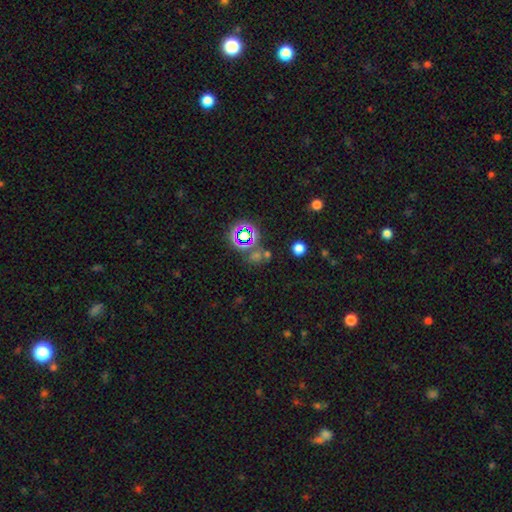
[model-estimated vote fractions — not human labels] A star or artifact, not a galaxy (55%).